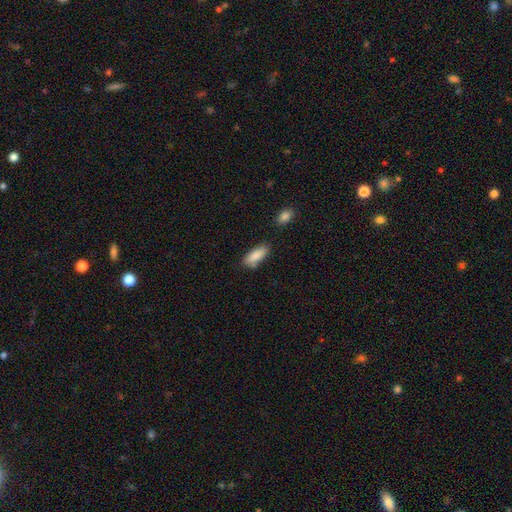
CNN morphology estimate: Smooth or featured? smooth (86%)
How rounded? in between (75%)
Merging? none (71%)